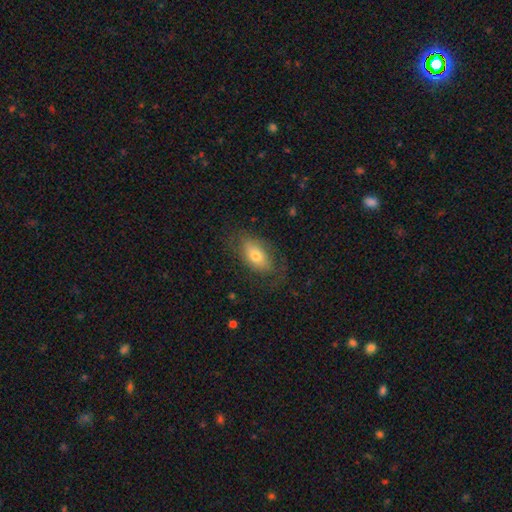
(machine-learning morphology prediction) A smooth galaxy with no disk features (65%) that is in between round and cigar-shaped (90%).

Vote fractions:
- Smooth or featured? smooth: 65% / featured or disk: 28% / star or artifact: 7%
- How rounded? in between: 90% / round: 6% / cigar-shaped: 4%
- Merging? none: 68% / minor disturbance: 19% / major disturbance: 11% / merger: 1%